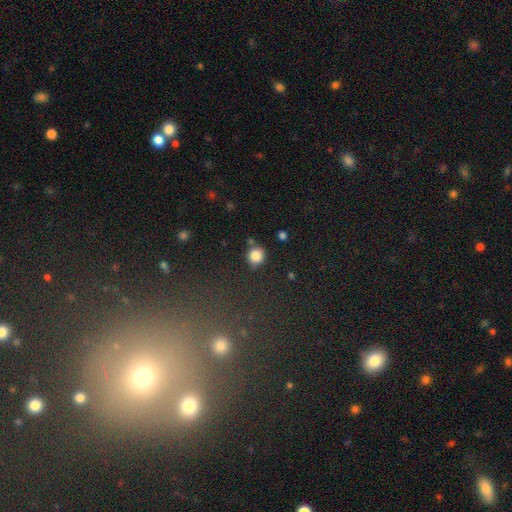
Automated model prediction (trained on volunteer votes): smooth 84%, star or artifact 11%, featured or disk 5%. Down the decision tree: how rounded — round (88%); merging — none (78%).